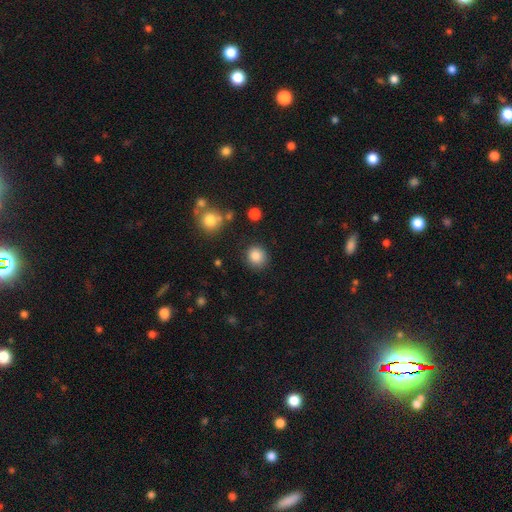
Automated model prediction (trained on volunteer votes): A smooth galaxy with no disk features (86%) that is round (87%).

Vote fractions:
- Smooth or featured? smooth: 86% / star or artifact: 10% / featured or disk: 4%
- How rounded? round: 87% / in between: 12% / cigar-shaped: 1%
- Merging? none: 85% / minor disturbance: 9% / major disturbance: 3% / merger: 2%